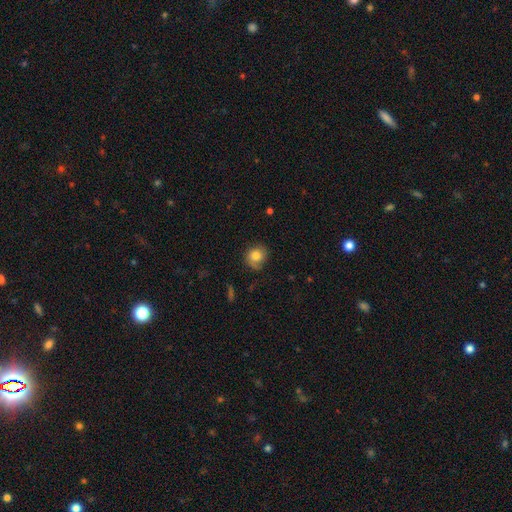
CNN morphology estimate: A smooth galaxy with no disk features (79%) that is round (79%). Merging: none (70%).